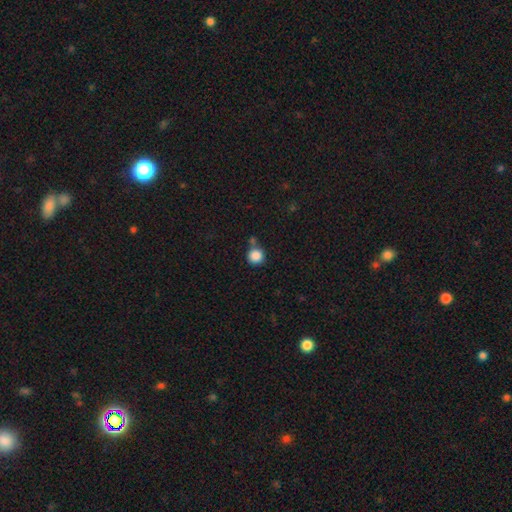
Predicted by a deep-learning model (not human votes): This appears to be a smooth galaxy with no disk features (87%) that is round (94%). Merging: none (68%).